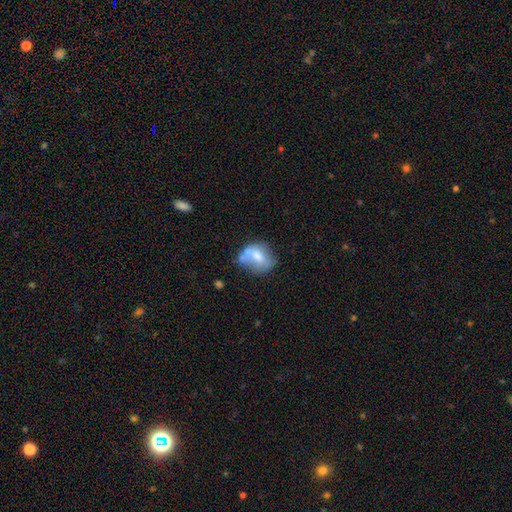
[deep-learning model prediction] smooth-or-featured: smooth: 58% | featured or disk: 33% | star or artifact: 8%
  how-rounded: in between: 50% | round: 49% | cigar-shaped: 1%
  merging: none: 37% | merger: 26% | minor disturbance: 25% | major disturbance: 13%